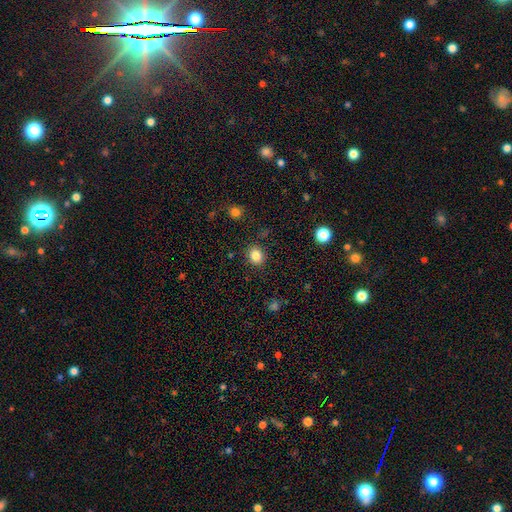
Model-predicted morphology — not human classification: smooth-or-featured: smooth: 84% | star or artifact: 11% | featured or disk: 5%
  how-rounded: round: 72% | in between: 27% | cigar-shaped: 1%
  merging: none: 88% | minor disturbance: 8% | major disturbance: 3% | merger: 2%